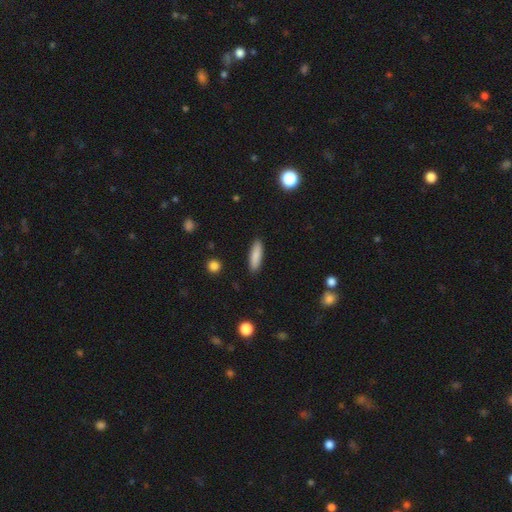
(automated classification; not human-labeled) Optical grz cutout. It shows a smooth galaxy with no disk features (86%) that is cigar-shaped (67%). Merging: none (90%).